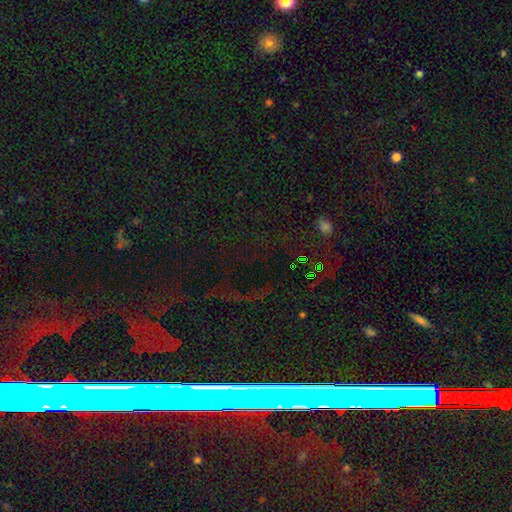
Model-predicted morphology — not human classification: Smooth or featured: star or artifact — 77% (smooth — 14%)